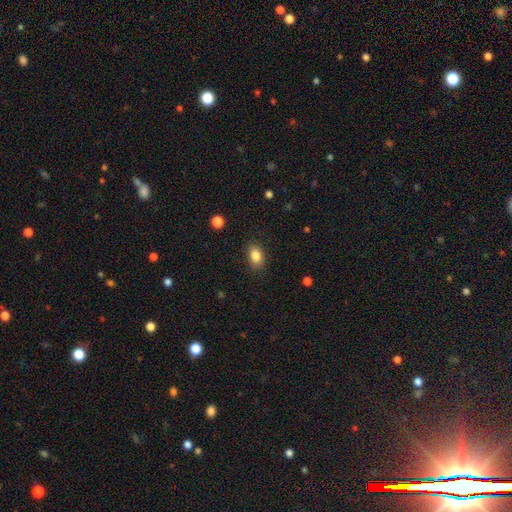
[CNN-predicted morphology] The model was most divided on "how rounded": in between: 82%, round: 16%, cigar-shaped: 1%. More confident: merging — none (86%); smooth or featured — smooth (85%).